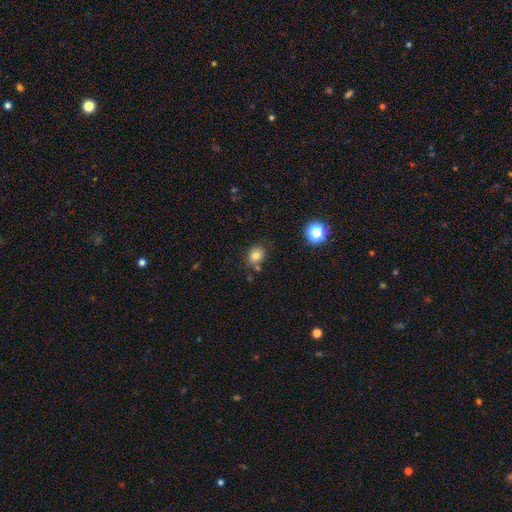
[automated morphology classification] Smooth or featured? smooth (78%)
How rounded? round (54%)
Merging? none (73%)